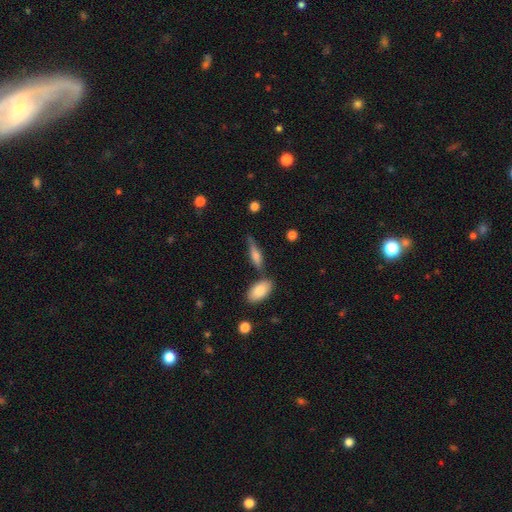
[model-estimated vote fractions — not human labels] This appears to be a smooth galaxy with no disk features (56%) that is cigar-shaped (58%). Merging: none (64%).